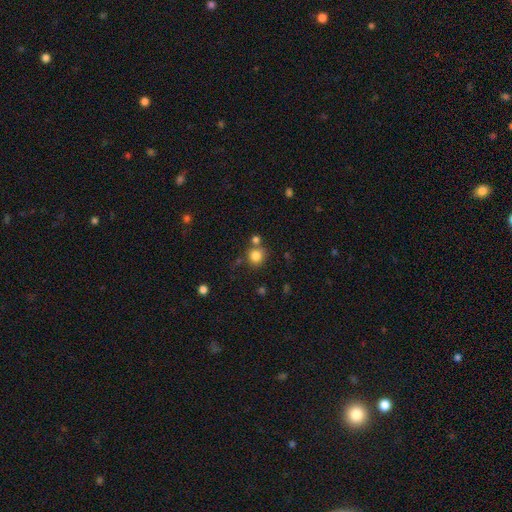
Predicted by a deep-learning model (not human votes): Overall: smooth (82%). How rounded: round (87%). Merging: none (67%).